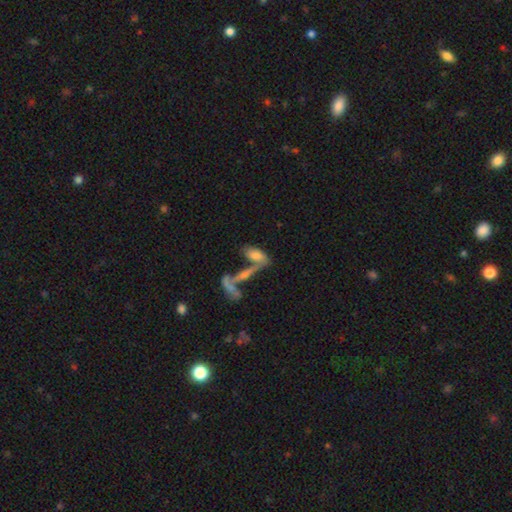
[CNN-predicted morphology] smooth 66%, featured or disk 25%, star or artifact 10%. Down the decision tree: how rounded — in between (75%); merging — merger (53%).